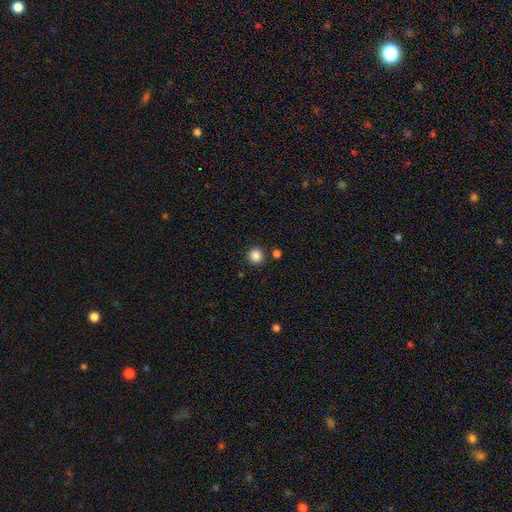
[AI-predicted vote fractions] Smooth or featured? Predicted: smooth (p=0.86). How rounded? Predicted: round (p=0.94). Merging? Predicted: none (p=0.88).